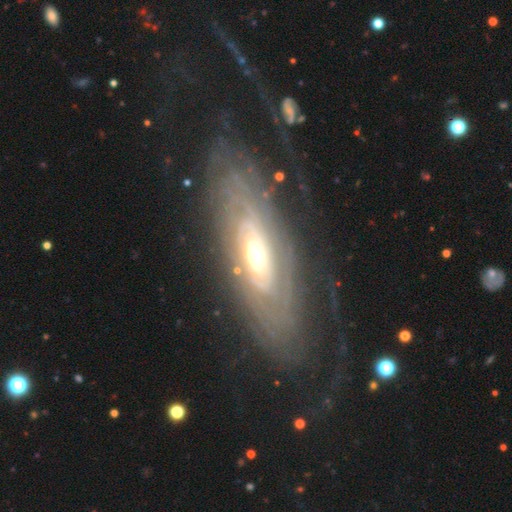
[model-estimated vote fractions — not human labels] Q: Smooth or featured?
A: featured or disk (84%); runner-up: smooth (11%)
Q: Edge-on disk?
A: no (84%); runner-up: yes (16%)
Q: Bar?
A: no (65%); runner-up: weak (24%)
Q: Spiral arms?
A: yes (83%); runner-up: no (17%)
Q: Spiral winding?
A: tight (74%); runner-up: medium (19%)
Q: Spiral arm count?
A: can't tell (60%); runner-up: 2 (12%)
Q: Bulge size?
A: moderate (61%); runner-up: small (24%)
Q: Merging?
A: none (70%); runner-up: minor disturbance (15%)